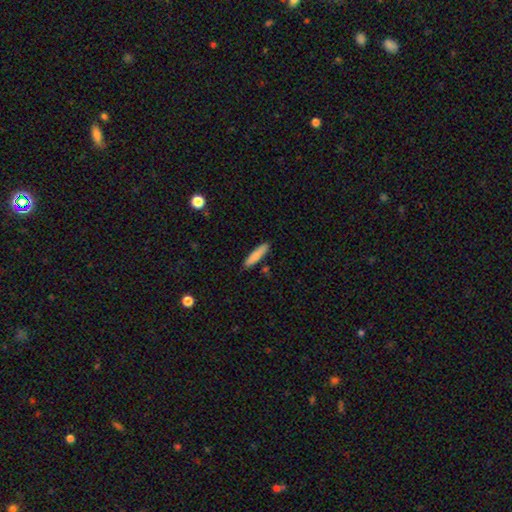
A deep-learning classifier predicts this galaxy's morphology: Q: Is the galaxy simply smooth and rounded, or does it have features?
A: smooth — 82%.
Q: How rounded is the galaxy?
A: cigar-shaped — 82%.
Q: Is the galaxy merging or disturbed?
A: none — 84%.